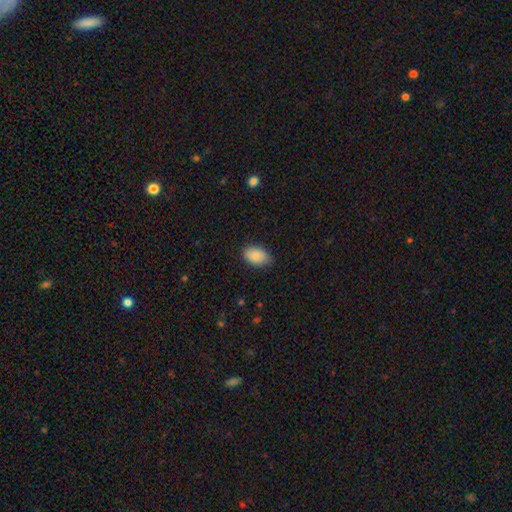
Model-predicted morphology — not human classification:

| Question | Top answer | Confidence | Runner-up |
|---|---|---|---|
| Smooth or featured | smooth | 87% | star or artifact (7%) |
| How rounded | in between | 89% | round (10%) |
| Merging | none | 72% | minor disturbance (23%) |